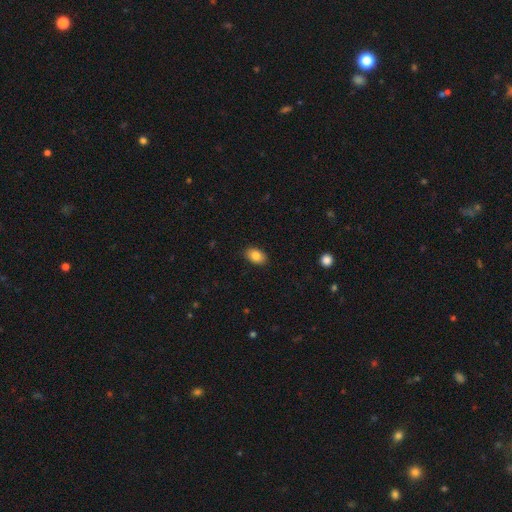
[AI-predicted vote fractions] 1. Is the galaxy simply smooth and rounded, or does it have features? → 85% smooth, 8% star or artifact, 7% featured or disk.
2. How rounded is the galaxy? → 86% in between, 12% round, 1% cigar-shaped.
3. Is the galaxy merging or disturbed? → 88% none, 9% minor disturbance, 2% major disturbance, 1% merger.